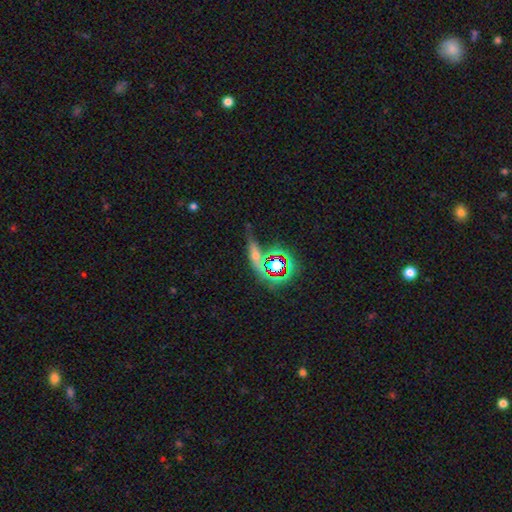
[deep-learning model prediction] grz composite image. It shows a star or artifact, not a galaxy (38%).